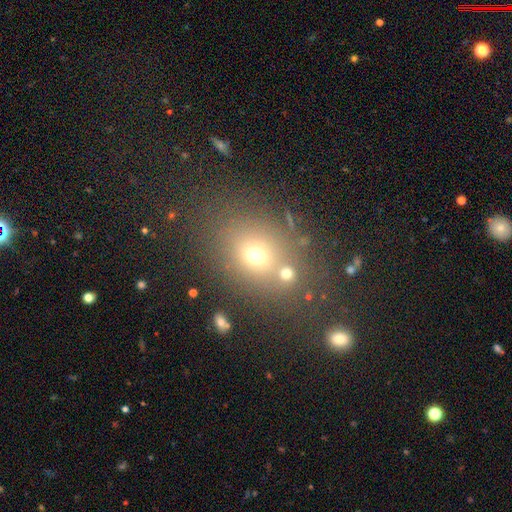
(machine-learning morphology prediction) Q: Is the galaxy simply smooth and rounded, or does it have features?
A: smooth — 63%.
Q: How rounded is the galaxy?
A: in between — 50%.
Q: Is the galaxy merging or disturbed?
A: none — 70%.